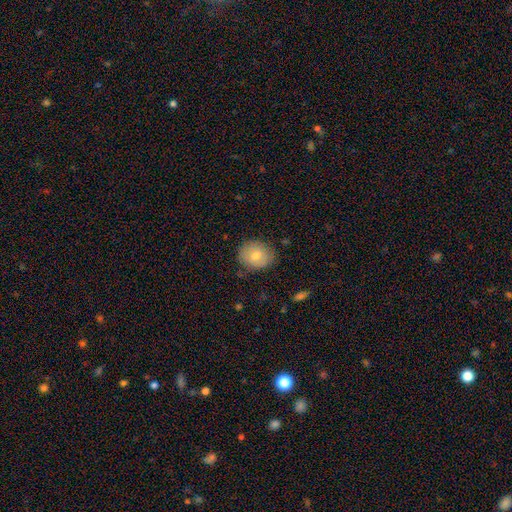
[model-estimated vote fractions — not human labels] smooth-or-featured: smooth: 71% | featured or disk: 20% | star or artifact: 9%
  how-rounded: round: 62% | in between: 37% | cigar-shaped: 1%
  merging: none: 81% | minor disturbance: 15% | major disturbance: 3% | merger: 1%